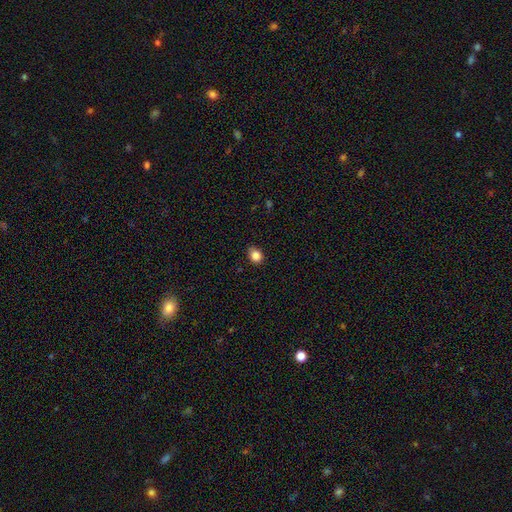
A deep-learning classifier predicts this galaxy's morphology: smooth-or-featured: smooth: 85% | star or artifact: 11% | featured or disk: 4%
  how-rounded: round: 58% | in between: 41% | cigar-shaped: 1%
  merging: none: 82% | minor disturbance: 14% | major disturbance: 2% | merger: 1%